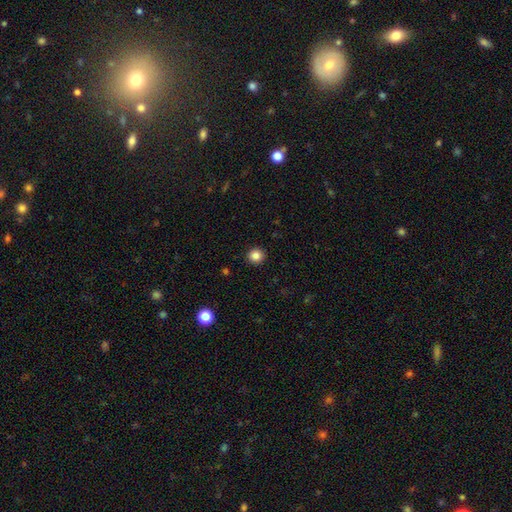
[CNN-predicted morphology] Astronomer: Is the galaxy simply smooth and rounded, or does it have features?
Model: smooth — 85%.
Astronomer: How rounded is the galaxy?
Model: round — 93%.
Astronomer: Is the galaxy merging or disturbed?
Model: none — 93%.